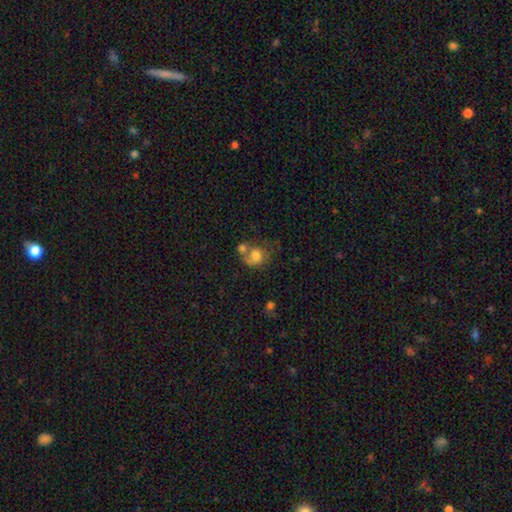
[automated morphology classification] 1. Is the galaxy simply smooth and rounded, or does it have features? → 70% smooth, 21% featured or disk, 9% star or artifact.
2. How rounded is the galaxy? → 67% round, 32% in between, 1% cigar-shaped.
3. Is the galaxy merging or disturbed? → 47% merger, 29% none, 14% minor disturbance, 10% major disturbance.